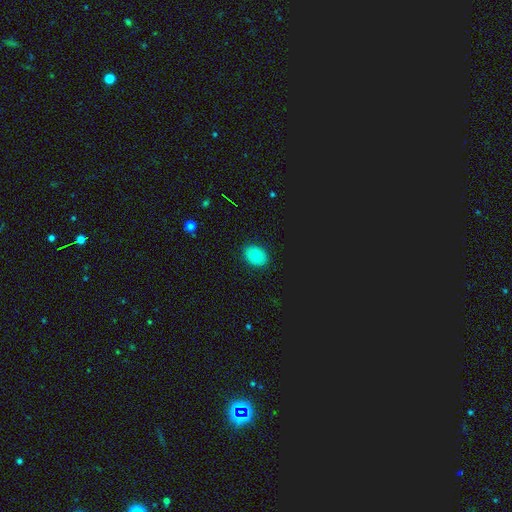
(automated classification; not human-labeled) A smooth galaxy with no disk features (70%) that is in between round and cigar-shaped (60%).

Vote fractions:
- Smooth or featured? smooth: 70% / star or artifact: 15% / featured or disk: 14%
- How rounded? in between: 60% / round: 39% / cigar-shaped: 1%
- Merging? none: 88% / minor disturbance: 9% / major disturbance: 2% / merger: 1%